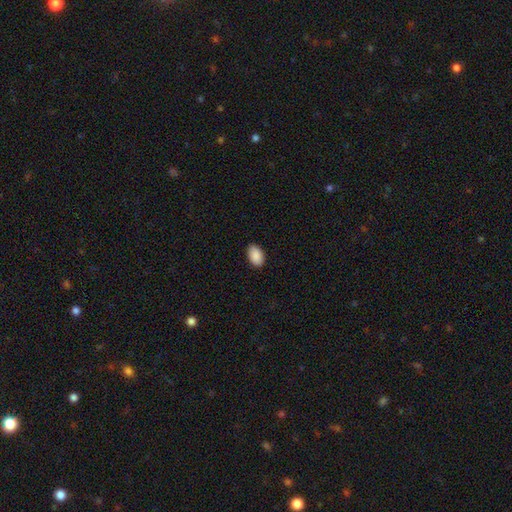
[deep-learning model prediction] This is clearly a smooth galaxy (90%). How rounded: clearly in between (92%). Merging: clearly none (88%).